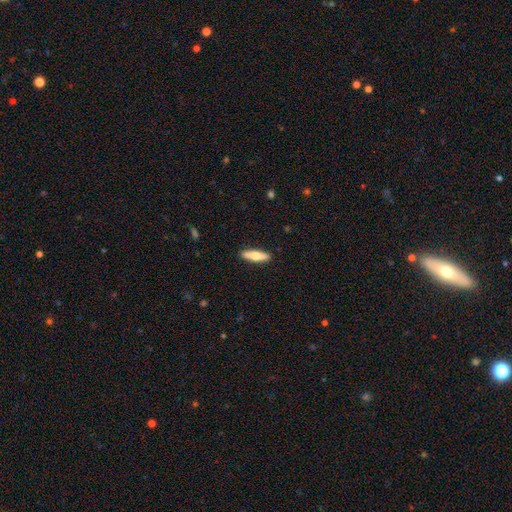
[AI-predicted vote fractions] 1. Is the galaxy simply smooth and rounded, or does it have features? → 61% smooth, 33% featured or disk, 5% star or artifact.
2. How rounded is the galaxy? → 69% cigar-shaped, 29% in between, 2% round.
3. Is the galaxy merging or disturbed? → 90% none, 8% minor disturbance, 2% major disturbance, 1% merger.